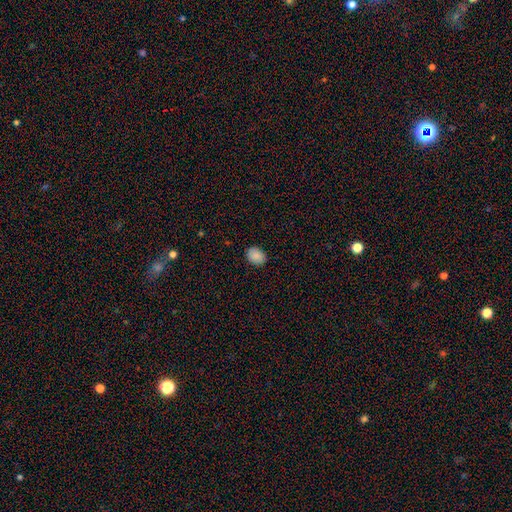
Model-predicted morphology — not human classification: Q: Smooth or featured?
A: smooth (88%); runner-up: star or artifact (8%)
Q: How rounded?
A: in between (61%); runner-up: round (38%)
Q: Merging?
A: none (88%); runner-up: minor disturbance (9%)